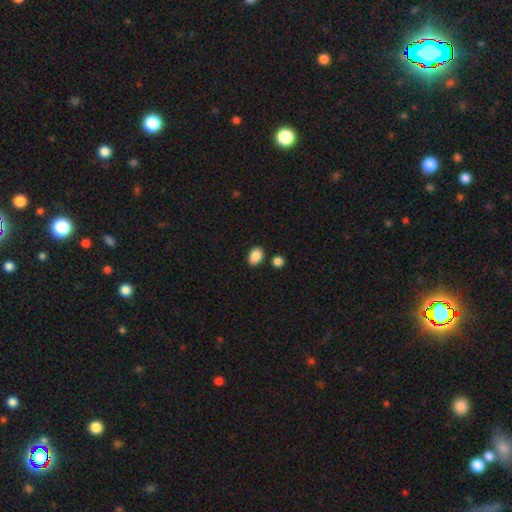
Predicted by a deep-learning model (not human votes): A smooth galaxy with no disk features (88%) that is in between round and cigar-shaped (77%). Merging: none (82%).